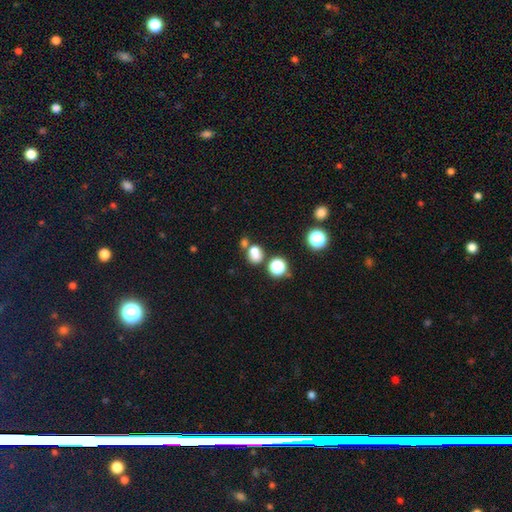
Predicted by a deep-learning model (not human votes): Overall: smooth (73%). How rounded: round (55%; in between 44%). Merging: none (51%; merger 30%).